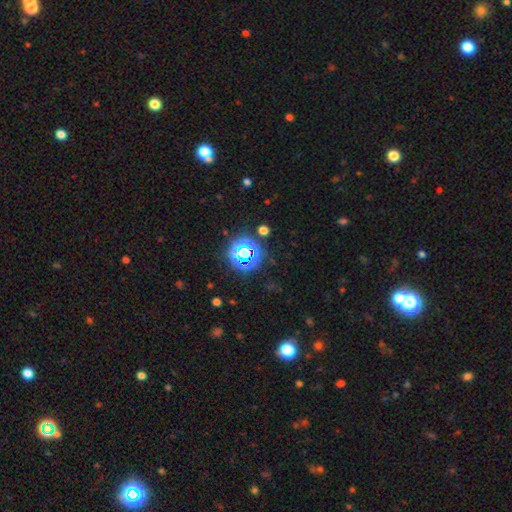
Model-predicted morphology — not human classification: A star or artifact, not a galaxy (78%).

Vote fractions:
- Smooth or featured? star or artifact: 78% / smooth: 15% / featured or disk: 7%